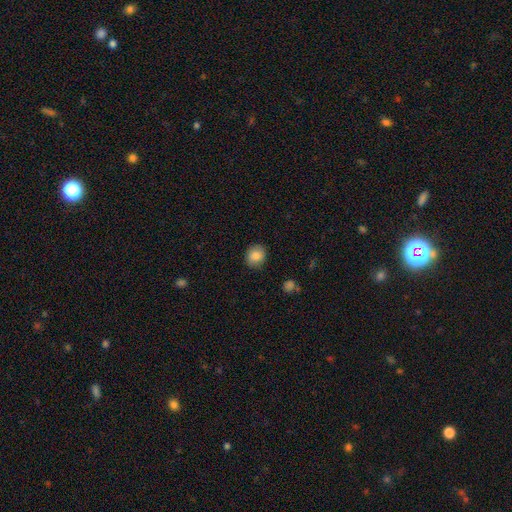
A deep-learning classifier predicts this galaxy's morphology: Q: Smooth or featured?
A: smooth (85%); runner-up: star or artifact (9%)
Q: How rounded?
A: round (74%); runner-up: in between (25%)
Q: Merging?
A: none (87%); runner-up: minor disturbance (10%)